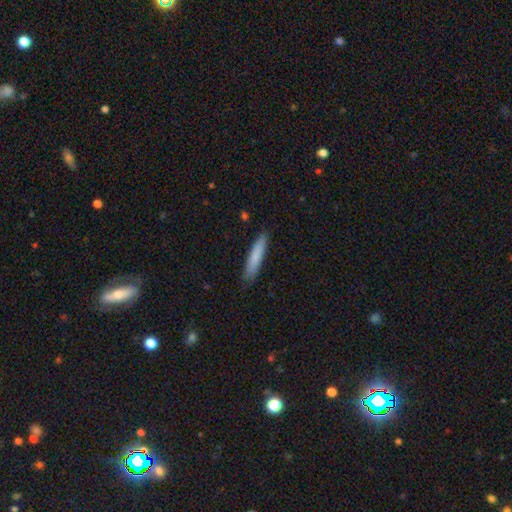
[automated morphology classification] Q: Smooth or featured?
A: smooth (80%); runner-up: featured or disk (15%)
Q: How rounded?
A: cigar-shaped (89%); runner-up: in between (9%)
Q: Merging?
A: none (85%); runner-up: minor disturbance (12%)